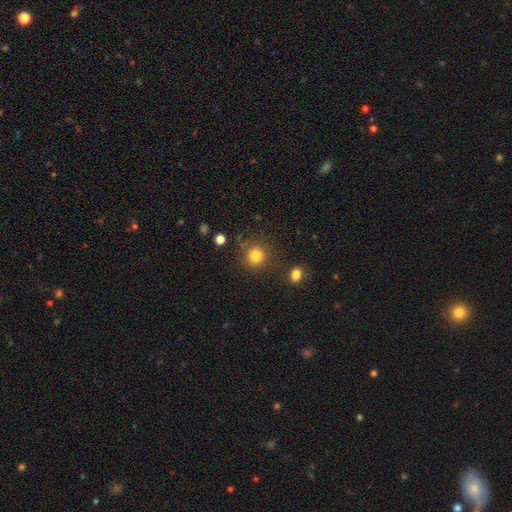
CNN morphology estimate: Q: Smooth or featured?
A: smooth (82%); runner-up: star or artifact (12%)
Q: How rounded?
A: round (91%); runner-up: in between (8%)
Q: Merging?
A: none (81%); runner-up: minor disturbance (10%)